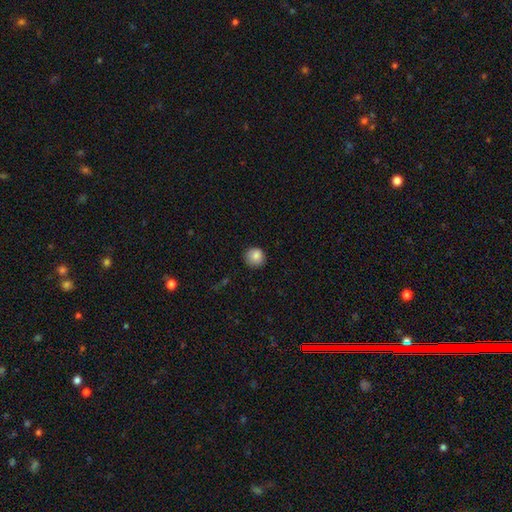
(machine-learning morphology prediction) Q: Smooth or featured?
A: smooth (86%); runner-up: star or artifact (9%)
Q: How rounded?
A: round (93%); runner-up: in between (7%)
Q: Merging?
A: none (86%); runner-up: minor disturbance (11%)